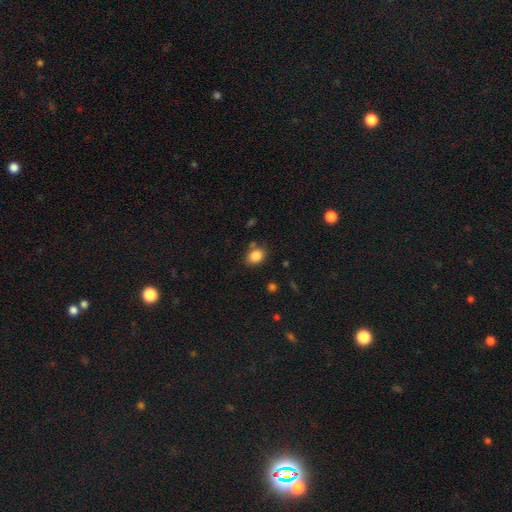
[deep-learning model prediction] This appears to be a smooth galaxy with no disk features (86%) that is in between round and cigar-shaped (62%). Merging: none (75%).